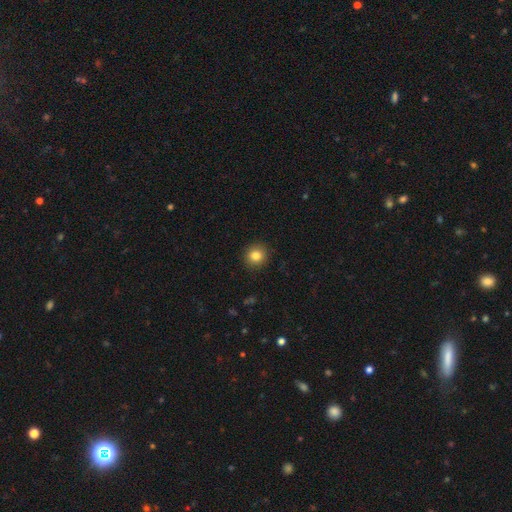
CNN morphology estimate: This is clearly a smooth galaxy (83%). How rounded: clearly round (90%). Merging: clearly none (92%).